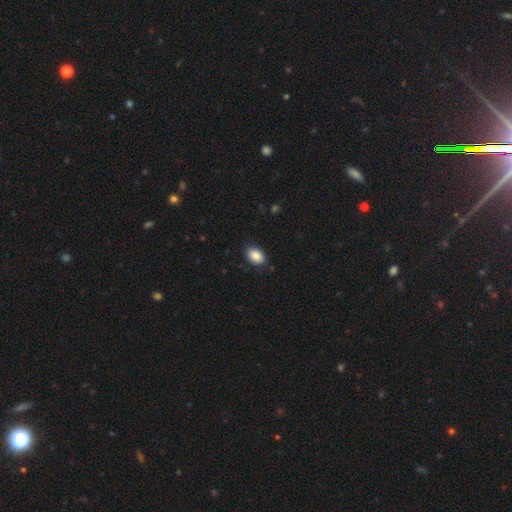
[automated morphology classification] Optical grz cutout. It shows a smooth galaxy with no disk features (87%) that is in between round and cigar-shaped (87%). Merging: none (87%).